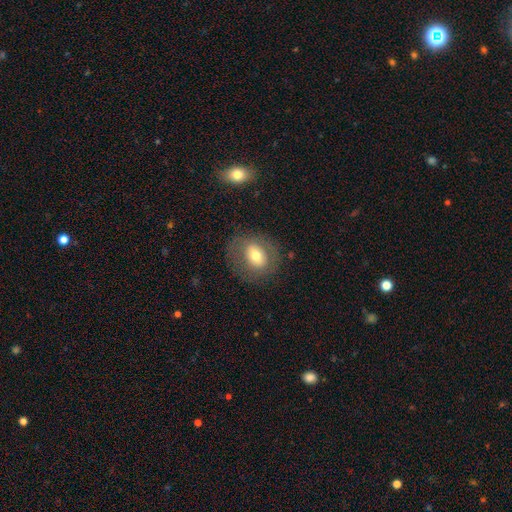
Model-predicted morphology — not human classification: A smooth galaxy with no disk features (58%) that is round (54%). Merging: none (76%).